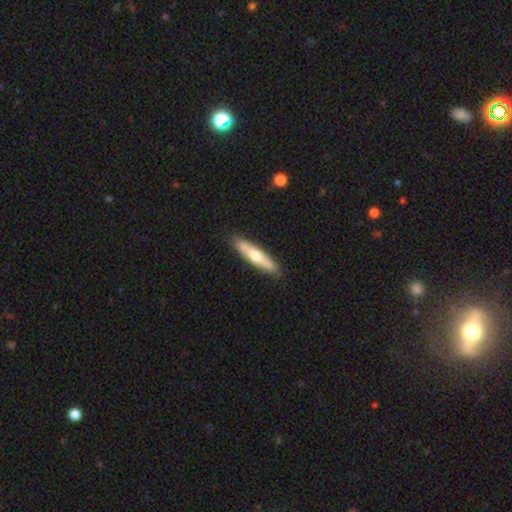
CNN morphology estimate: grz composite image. It shows a smooth galaxy with no disk features (52%) that is cigar-shaped (87%). Merging: none (89%).